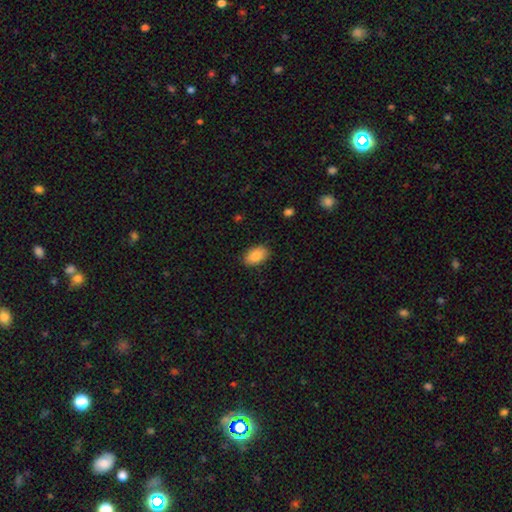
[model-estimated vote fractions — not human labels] A smooth galaxy with no disk features (87%) that is in between round and cigar-shaped (93%). Merging: none (86%).